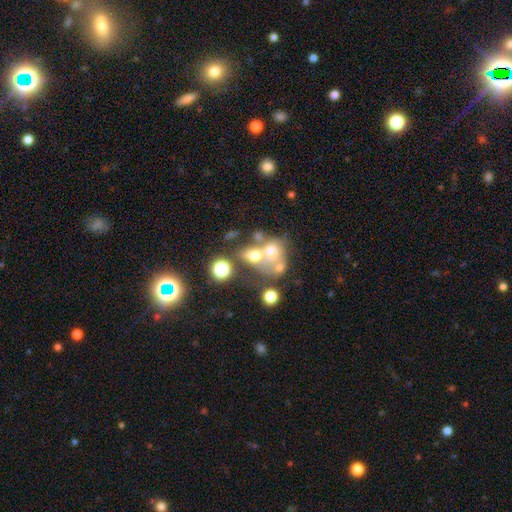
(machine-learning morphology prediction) The model was most divided on "smooth or featured": smooth: 48%, featured or disk: 31%, star or artifact: 20%. More confident: merging — merger (55%).